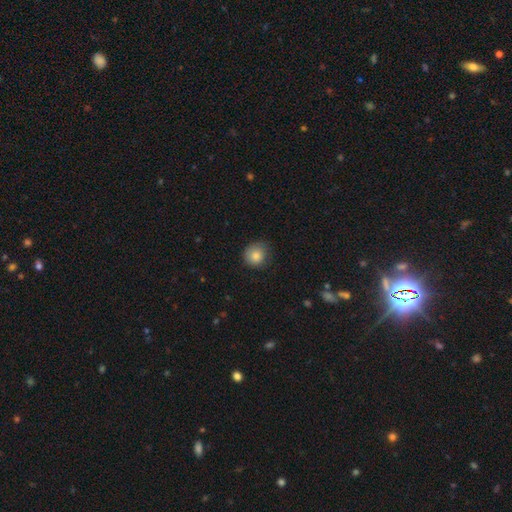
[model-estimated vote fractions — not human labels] The model was most divided on "merging": none: 73%, minor disturbance: 22%, major disturbance: 5%, merger: 1%. More confident: how rounded — round (86%); smooth or featured — smooth (84%).